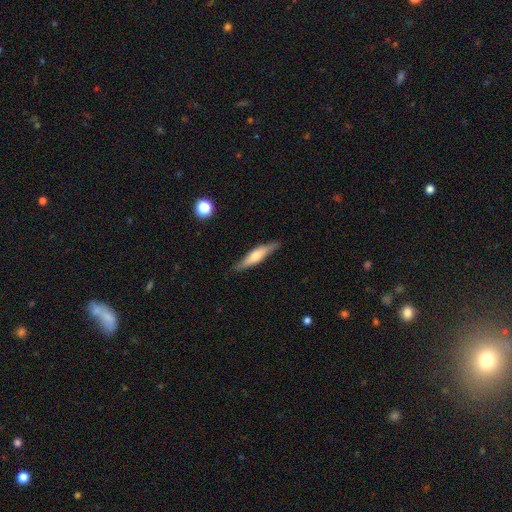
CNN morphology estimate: This is possibly a smooth galaxy (52%). How rounded: likely cigar-shaped (80%). Merging: clearly none (85%).